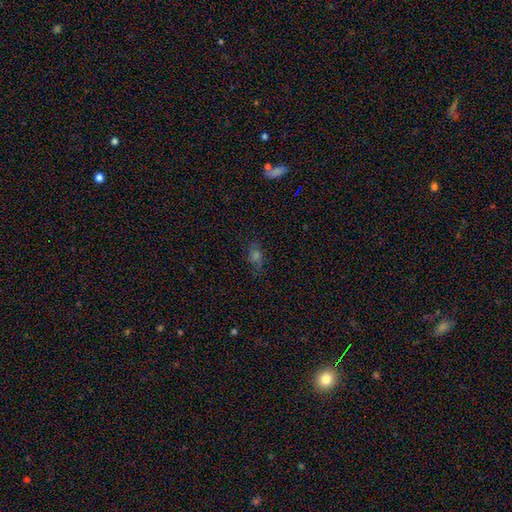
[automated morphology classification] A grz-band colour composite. It shows a smooth galaxy with no disk features (45%). Merging: none (72%).